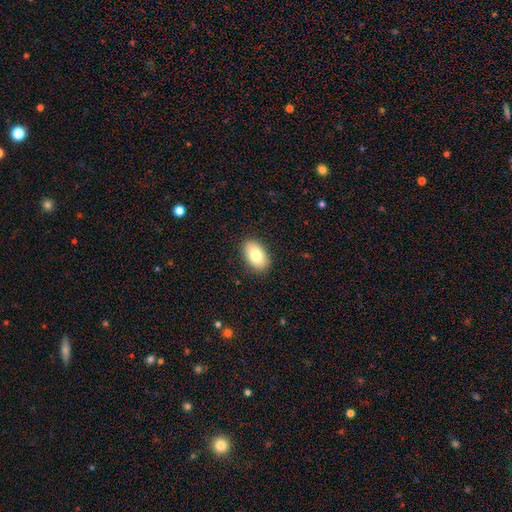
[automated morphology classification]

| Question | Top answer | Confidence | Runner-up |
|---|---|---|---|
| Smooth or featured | smooth | 79% | featured or disk (13%) |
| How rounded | in between | 92% | round (7%) |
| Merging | none | 87% | minor disturbance (9%) |